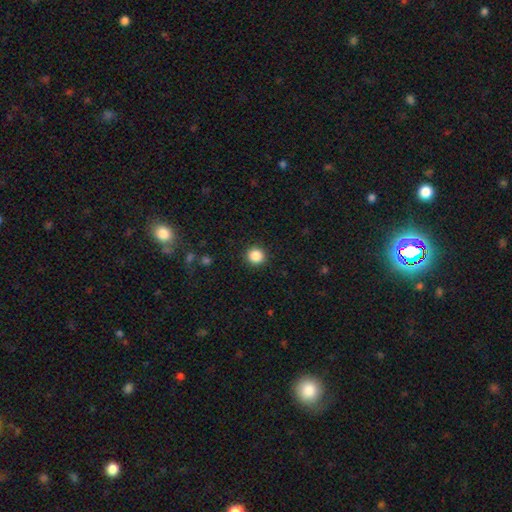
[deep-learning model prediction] Morphology: type=smooth (86%); roundness=round (93%); merging=none (92%).